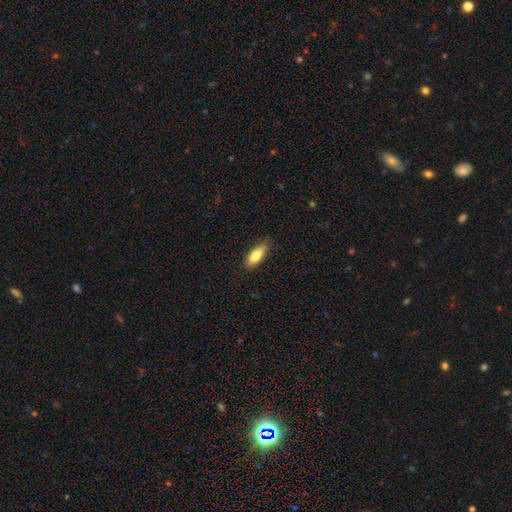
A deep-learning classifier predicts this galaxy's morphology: smooth_or_featured: smooth (p=0.78) [alt: featured or disk p=0.16]
how_rounded: in between (p=0.59) [alt: cigar-shaped p=0.39]
merging: none (p=0.80) [alt: minor disturbance p=0.16]